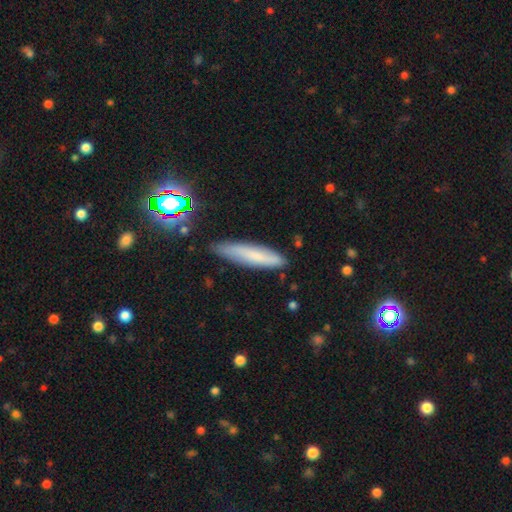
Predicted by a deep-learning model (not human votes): Smooth or featured?
  - smooth: 69% *
  - featured or disk: 21%
  - star or artifact: 10%
How rounded?
  - cigar-shaped: 84% *
  - in between: 15%
  - round: 2%
Merging?
  - none: 77% *
  - minor disturbance: 18%
  - major disturbance: 3%
  - merger: 2%